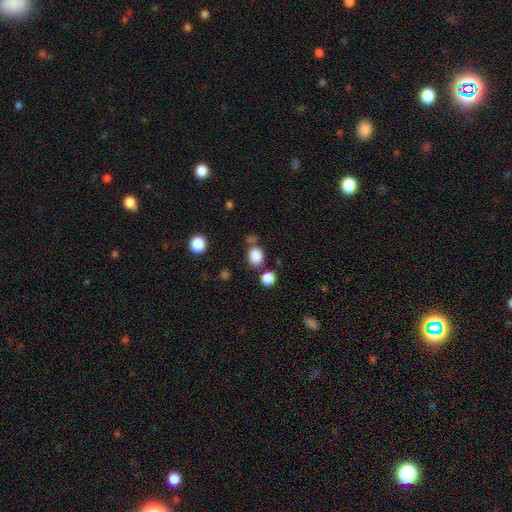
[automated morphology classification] This is clearly a smooth galaxy (85%). How rounded: possibly round (51%). Merging: likely none (67%).